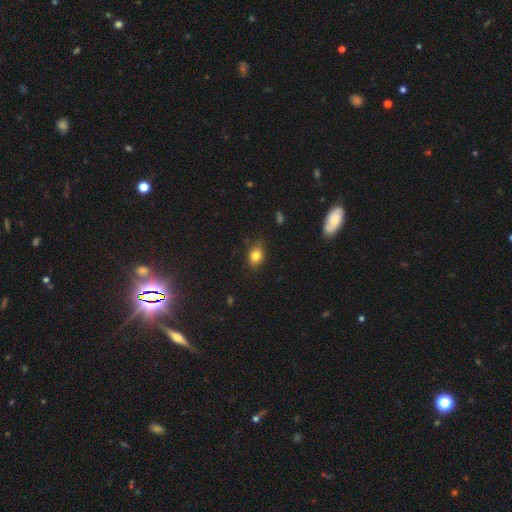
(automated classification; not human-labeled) Smooth or featured? smooth (80%)
How rounded? in between (64%)
Merging? none (76%)